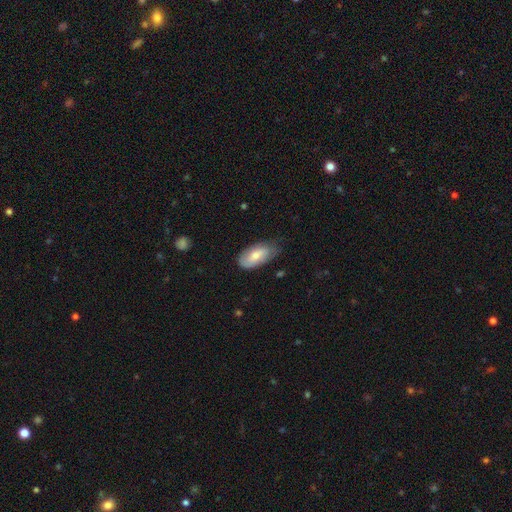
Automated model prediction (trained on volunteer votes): smooth_or_featured: smooth (p=0.71) [alt: featured or disk p=0.23]
how_rounded: in between (p=0.92) [alt: cigar-shaped p=0.06]
merging: none (p=0.62) [alt: minor disturbance p=0.31]